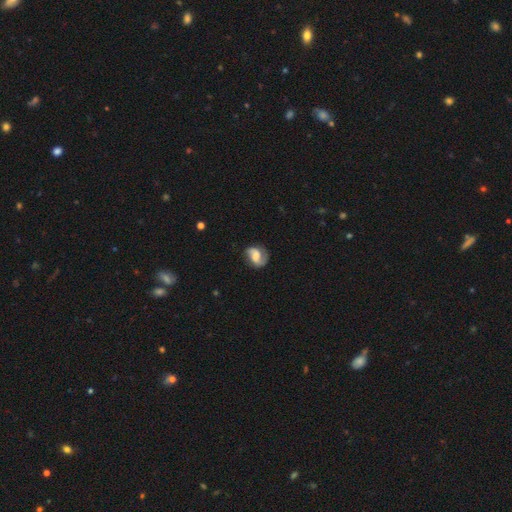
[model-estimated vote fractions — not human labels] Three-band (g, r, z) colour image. It shows a featured or disk galaxy (65%) with a weak bar (45%), 2 (79%) medium (42%) spiral arms (90%) and a moderate central bulge (39%). Merging: none (66%).